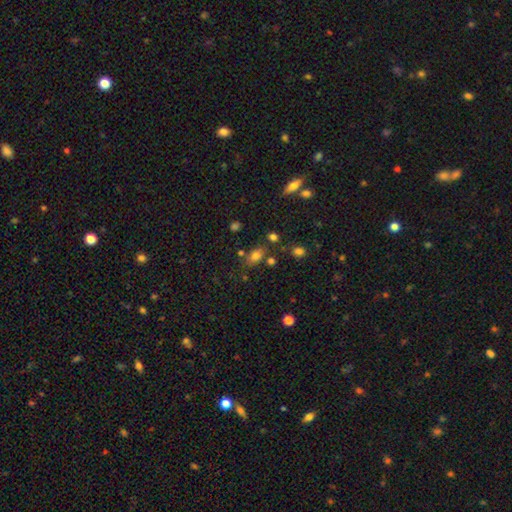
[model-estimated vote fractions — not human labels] Smooth or featured: smooth — 76% (star or artifact — 14%)
How rounded: in between — 81% (round — 15%)
Merging: none — 70% (minor disturbance — 15%)